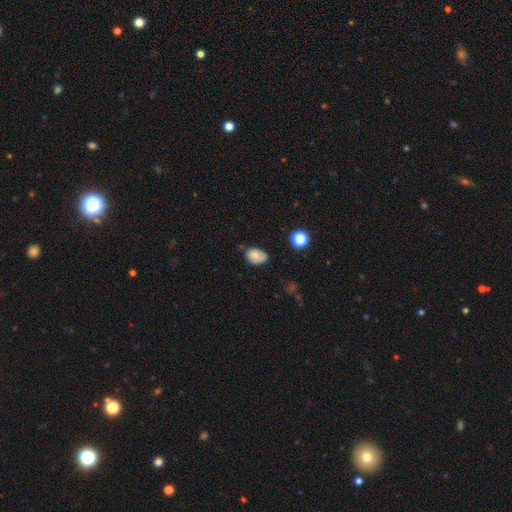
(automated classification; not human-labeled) smooth 78%, featured or disk 12%, star or artifact 10%. Down the decision tree: how rounded — in between (78%); merging — none (58%).